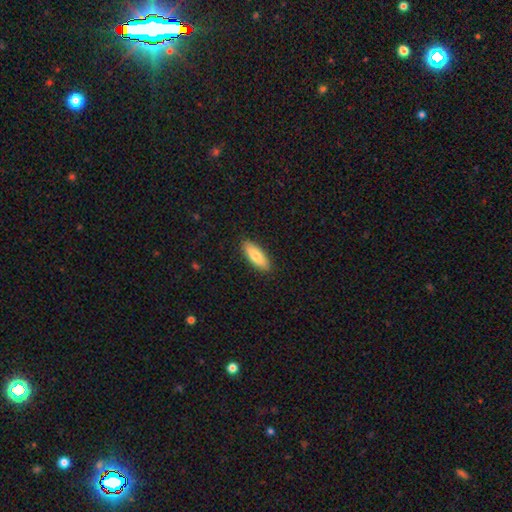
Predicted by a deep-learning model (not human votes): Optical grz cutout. It shows a smooth galaxy with no disk features (79%) that is in between round and cigar-shaped (69%). Merging: none (89%).